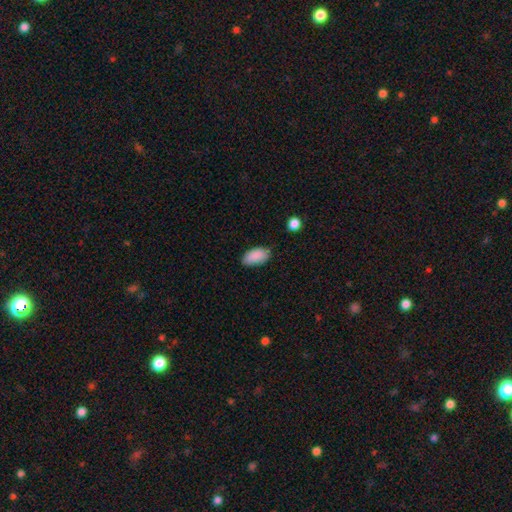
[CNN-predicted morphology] This is clearly a smooth galaxy (89%). How rounded: clearly in between (94%). Merging: likely none (74%).